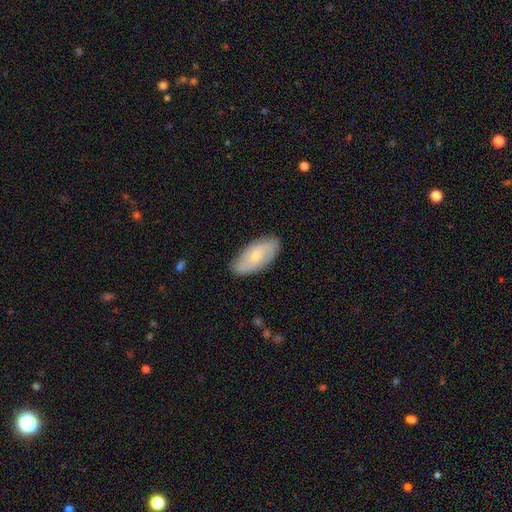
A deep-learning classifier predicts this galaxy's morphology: A featured or disk galaxy (56%) with no bar (67%), spiral arms (82%) and a small central bulge (70%). Merging: none (82%).